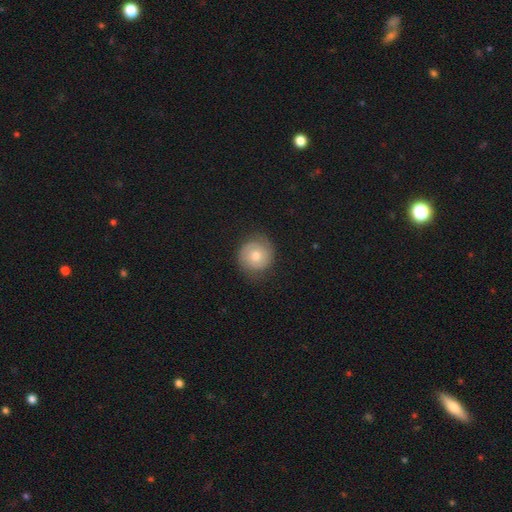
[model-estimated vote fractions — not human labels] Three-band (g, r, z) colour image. It shows a featured or disk galaxy (48%). Merging: none (79%).